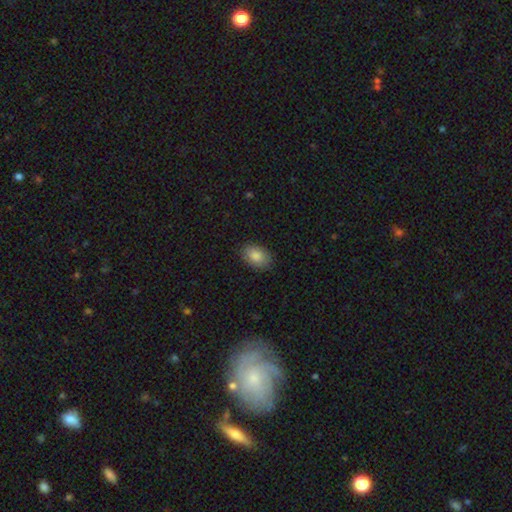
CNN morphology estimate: Overall: smooth (86%). How rounded: in between (86%). Merging: none (87%).